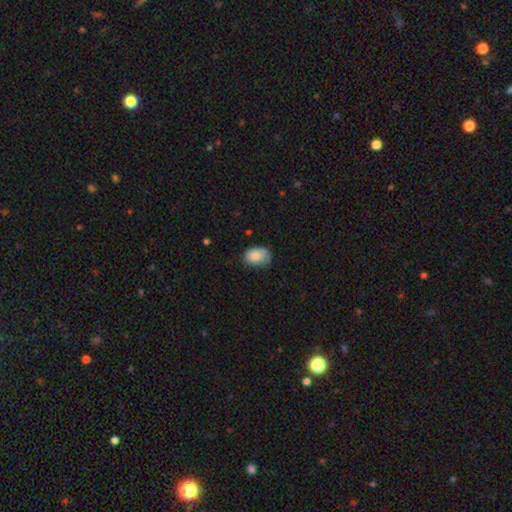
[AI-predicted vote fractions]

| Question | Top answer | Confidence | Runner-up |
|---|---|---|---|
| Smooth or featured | smooth | 82% | featured or disk (11%) |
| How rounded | in between | 83% | round (16%) |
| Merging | none | 53% | minor disturbance (35%) |